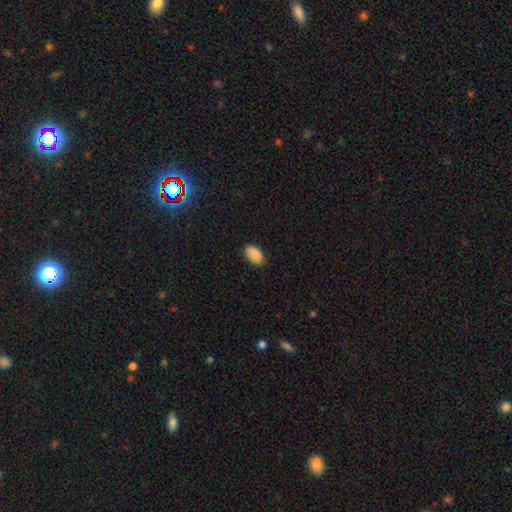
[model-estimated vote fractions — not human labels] Smooth or featured: smooth — 88% (star or artifact — 7%)
How rounded: in between — 93% (round — 6%)
Merging: none — 78% (minor disturbance — 18%)